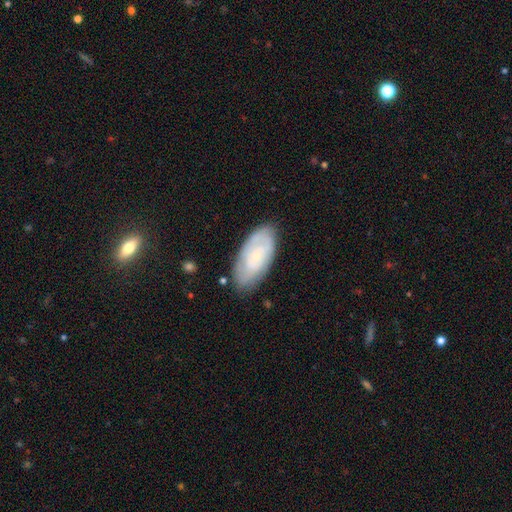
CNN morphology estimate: Smooth or featured? Predicted: featured or disk (p=0.49). Merging? Predicted: none (p=0.78).